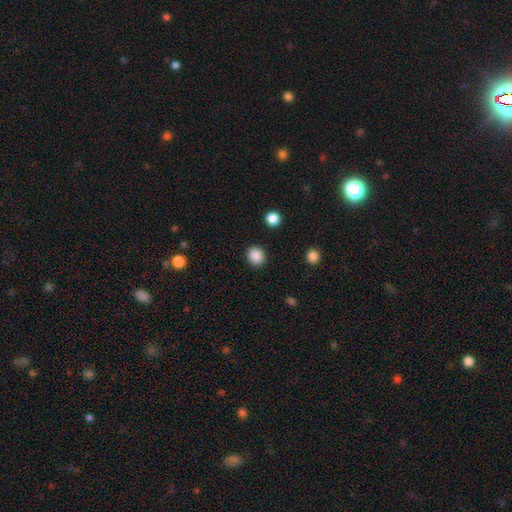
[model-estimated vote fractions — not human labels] A smooth galaxy with no disk features (87%) that is round (83%). Merging: none (90%).